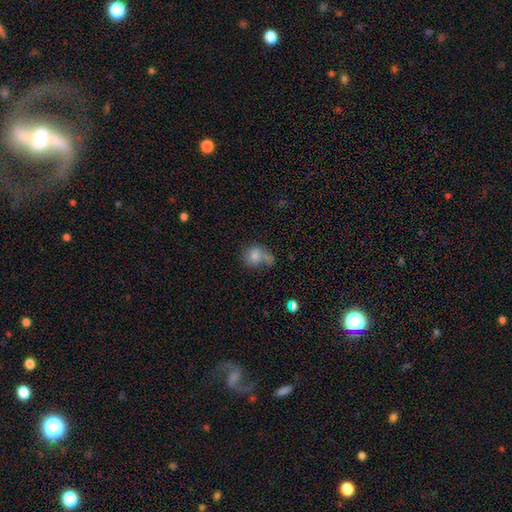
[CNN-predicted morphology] Overall: smooth (75%). How rounded: round (65%; in between 34%). Merging: none (31%; merger 25%).